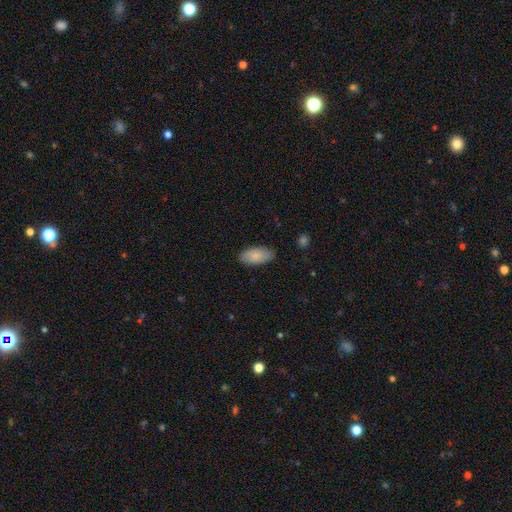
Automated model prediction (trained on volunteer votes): smooth-or-featured: smooth: 81% | featured or disk: 13% | star or artifact: 6%
  how-rounded: in between: 93% | cigar-shaped: 5% | round: 2%
  merging: none: 85% | minor disturbance: 12% | major disturbance: 2% | merger: 1%